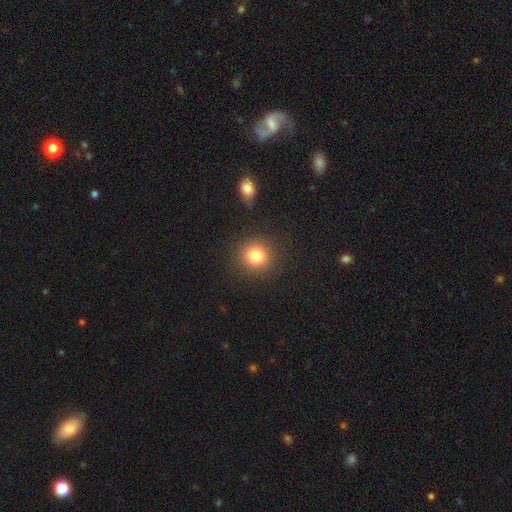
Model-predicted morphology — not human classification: Smooth or featured?
  - smooth: 82% *
  - star or artifact: 11%
  - featured or disk: 7%
How rounded?
  - round: 90% *
  - in between: 9%
  - cigar-shaped: 1%
Merging?
  - none: 87% *
  - minor disturbance: 8%
  - major disturbance: 3%
  - merger: 2%